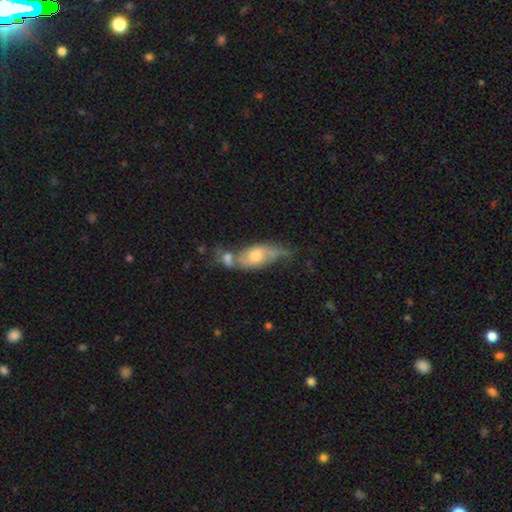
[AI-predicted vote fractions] Smooth or featured? featured or disk (57%)
Edge-on disk? no (79%)
Merging? merger (37%)